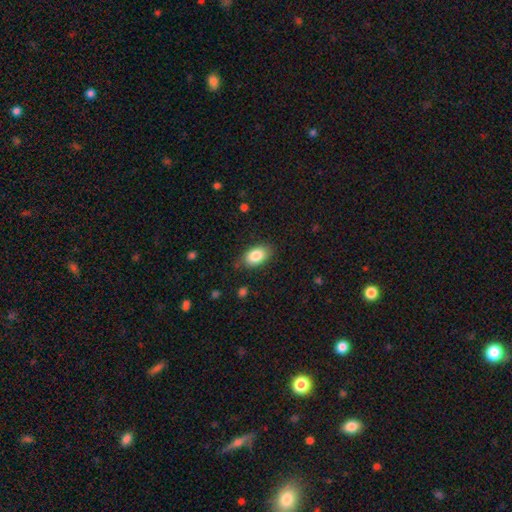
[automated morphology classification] Smooth or featured: smooth — 85% (featured or disk — 8%)
How rounded: in between — 90% (round — 8%)
Merging: none — 80% (minor disturbance — 16%)